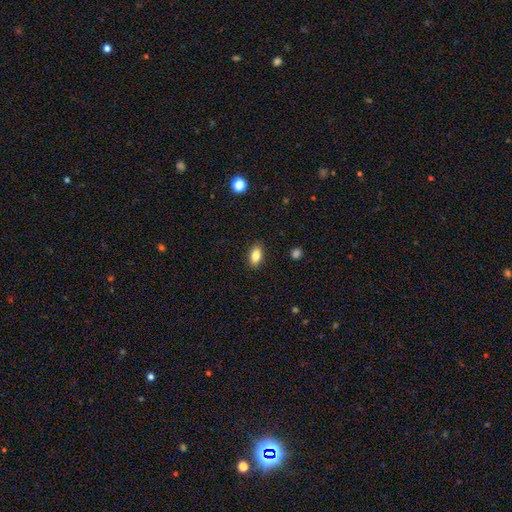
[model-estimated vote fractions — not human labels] A smooth galaxy with no disk features (84%) that is in between round and cigar-shaped (88%).

Vote fractions:
- Smooth or featured? smooth: 84% / star or artifact: 8% / featured or disk: 8%
- How rounded? in between: 88% / cigar-shaped: 6% / round: 6%
- Merging? none: 88% / minor disturbance: 9% / major disturbance: 2% / merger: 1%